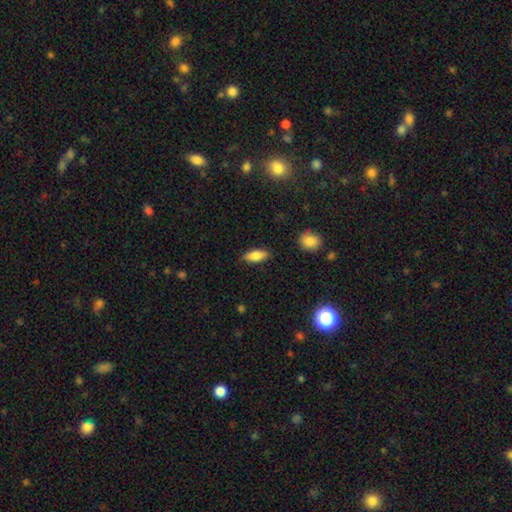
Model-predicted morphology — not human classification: A smooth galaxy with no disk features (79%) that is in between round and cigar-shaped (77%). Merging: none (84%).